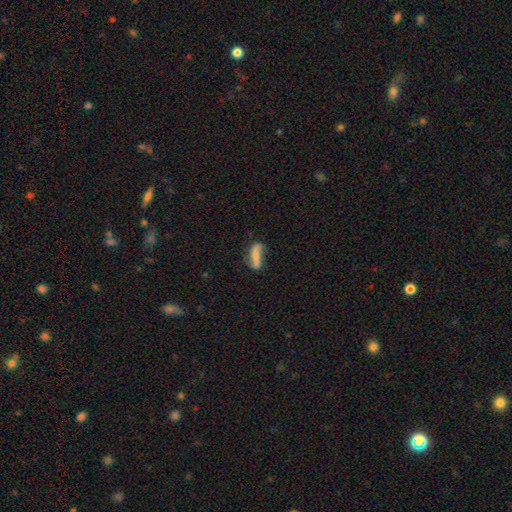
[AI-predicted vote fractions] Smooth or featured? Predicted: featured or disk (p=0.54). Edge-on disk? Predicted: no (p=0.89). Merging? Predicted: none (p=0.55).